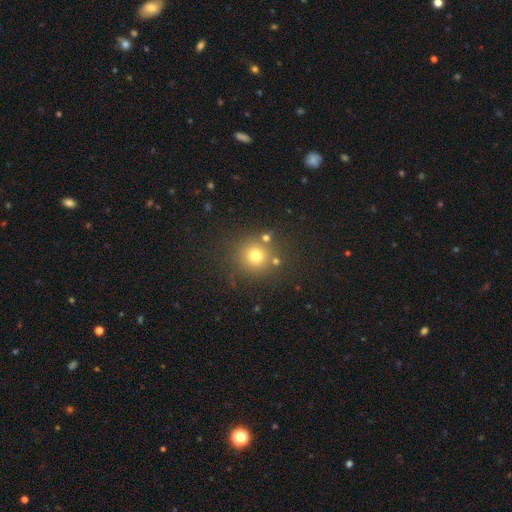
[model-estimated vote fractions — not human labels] A smooth galaxy with no disk features (73%) that is round (92%).

Vote fractions:
- Smooth or featured? smooth: 73% / star or artifact: 18% / featured or disk: 9%
- How rounded? round: 92% / in between: 7% / cigar-shaped: 1%
- Merging? none: 79% / minor disturbance: 9% / merger: 8% / major disturbance: 4%